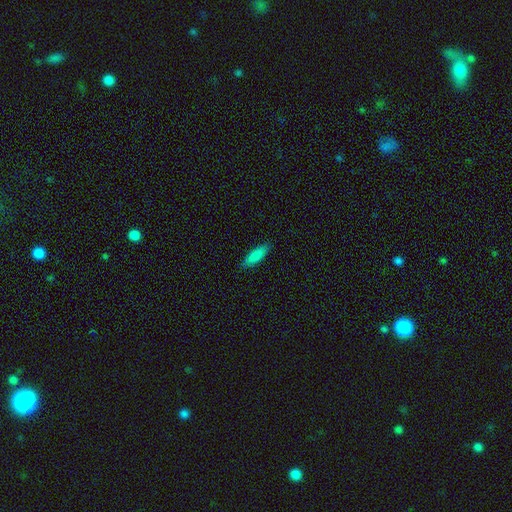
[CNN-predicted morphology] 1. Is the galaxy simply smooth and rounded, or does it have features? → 86% smooth, 8% featured or disk, 7% star or artifact.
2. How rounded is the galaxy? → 54% cigar-shaped, 44% in between, 2% round.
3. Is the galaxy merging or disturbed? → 87% none, 10% minor disturbance, 2% major disturbance, 1% merger.